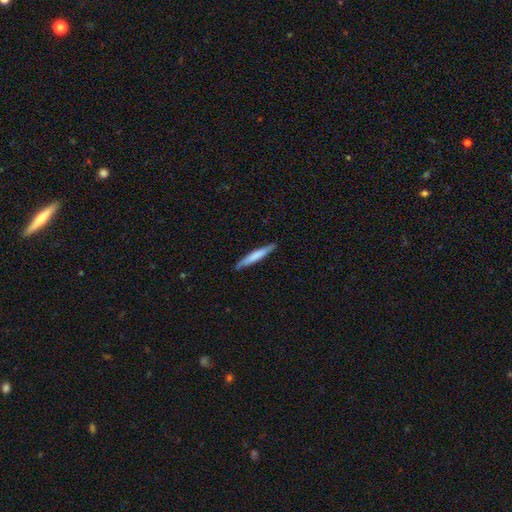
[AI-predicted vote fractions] Smooth or featured: smooth — 68% (featured or disk — 27%)
How rounded: cigar-shaped — 94% (in between — 5%)
Merging: none — 87% (minor disturbance — 10%)